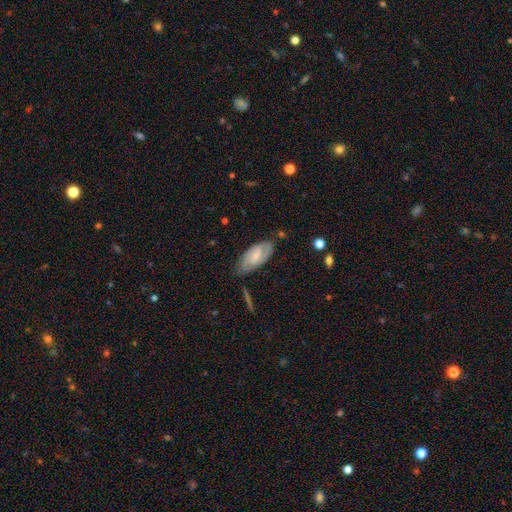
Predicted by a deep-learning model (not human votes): smooth-or-featured: featured or disk: 53% | smooth: 40% | star or artifact: 7%
  disk-edge-on: no: 90% | yes: 10%
  merging: none: 67% | minor disturbance: 23% | major disturbance: 7% | merger: 3%